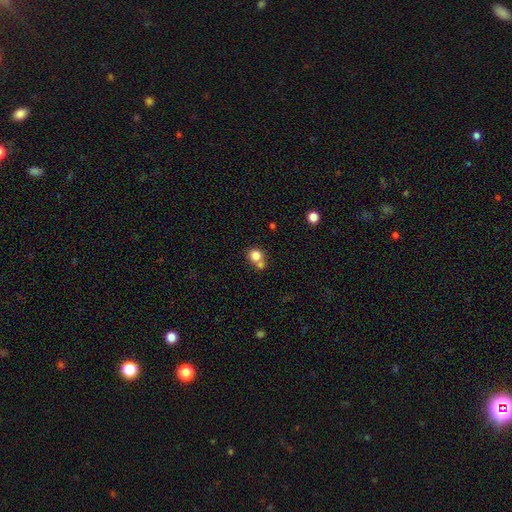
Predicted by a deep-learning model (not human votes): smooth-or-featured: smooth: 80% | star or artifact: 11% | featured or disk: 9%
  how-rounded: round: 82% | in between: 17% | cigar-shaped: 1%
  merging: none: 47% | merger: 42% | minor disturbance: 8% | major disturbance: 3%